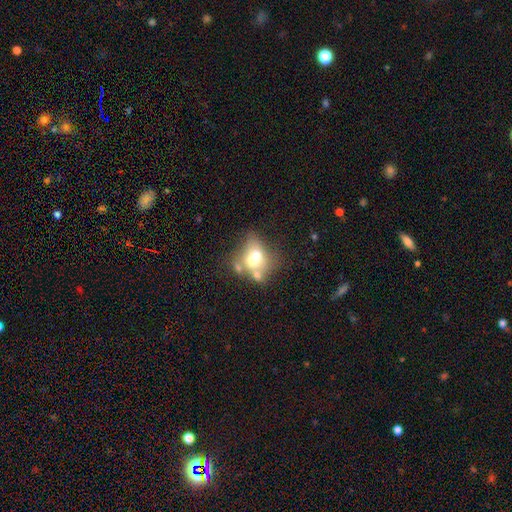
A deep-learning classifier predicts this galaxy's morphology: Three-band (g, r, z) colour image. It shows a smooth galaxy with no disk features (53%) that is round (51%). Merging: merger (61%).